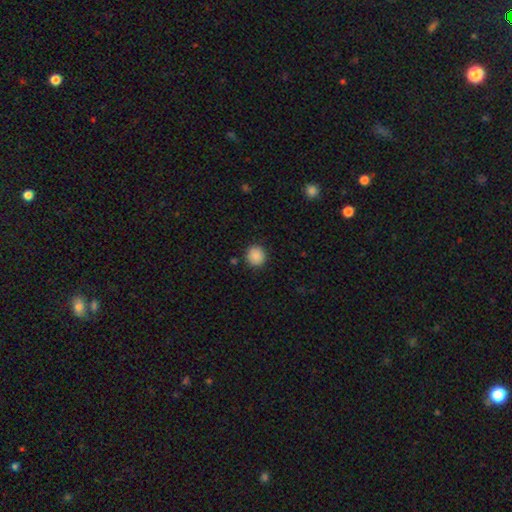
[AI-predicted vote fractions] A smooth galaxy with no disk features (88%) that is round (91%).

Vote fractions:
- Smooth or featured? smooth: 88% / star or artifact: 9% / featured or disk: 3%
- How rounded? round: 91% / in between: 8% / cigar-shaped: 1%
- Merging? none: 90% / minor disturbance: 7% / major disturbance: 2% / merger: 1%